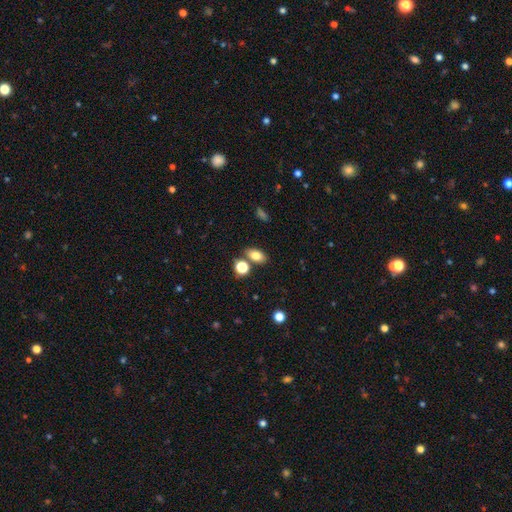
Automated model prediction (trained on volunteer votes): smooth 79%, star or artifact 11%, featured or disk 10%. Down the decision tree: how rounded — in between (82%); merging — none (74%).